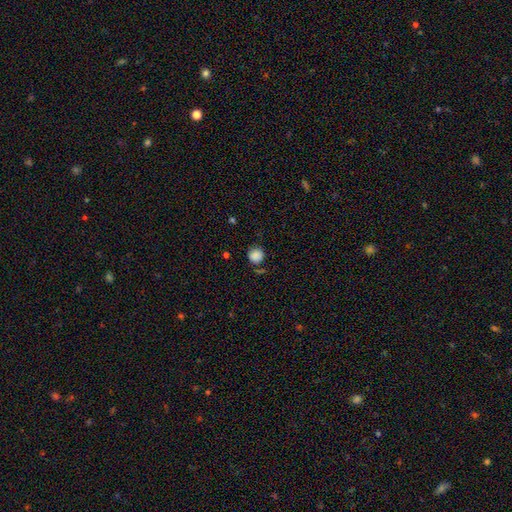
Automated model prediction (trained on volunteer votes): Morphology: type=smooth (86%); roundness=round (92%); merging=none (78%).